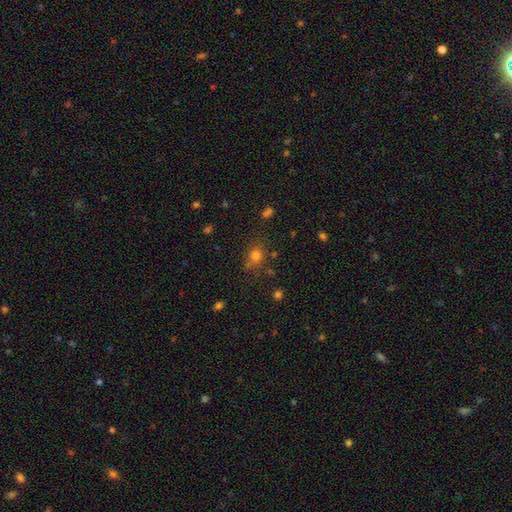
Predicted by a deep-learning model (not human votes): Morphology: type=smooth (74%); roundness=round (77%); merging=none (71%).